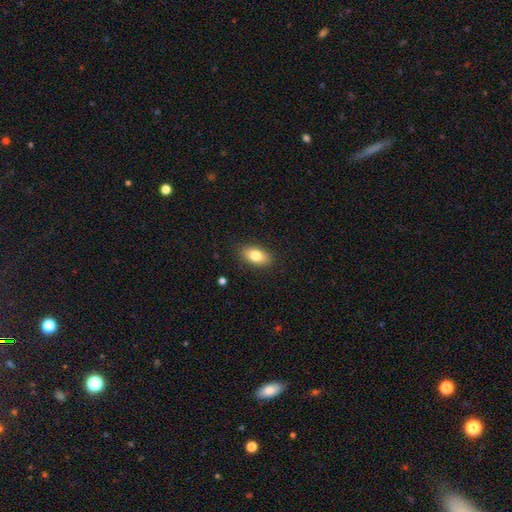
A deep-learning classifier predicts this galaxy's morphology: A smooth galaxy with no disk features (80%) that is in between round and cigar-shaped (89%). Merging: none (88%).